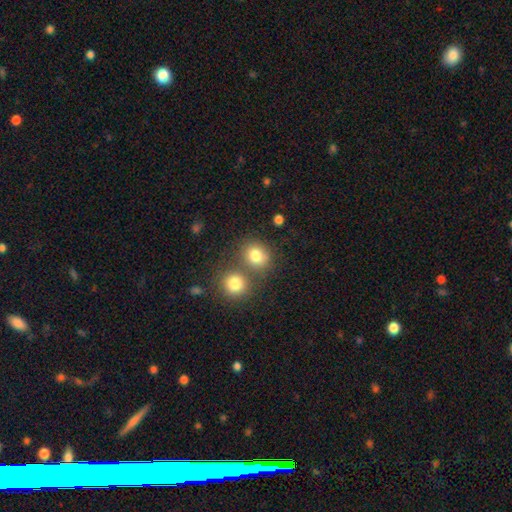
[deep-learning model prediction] The model was most divided on "merging": none: 60%, merger: 28%, minor disturbance: 9%, major disturbance: 4%. More confident: how rounded — round (80%); smooth or featured — smooth (80%).